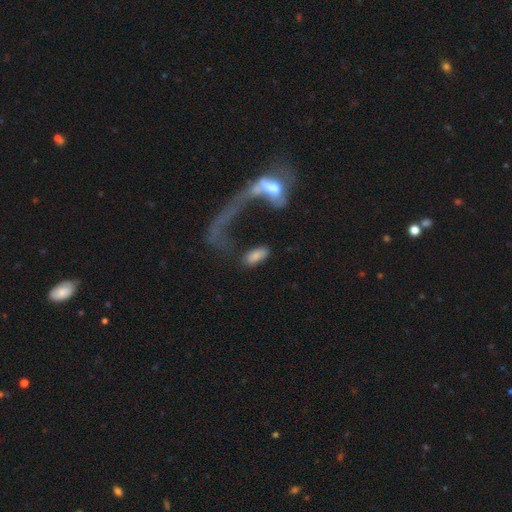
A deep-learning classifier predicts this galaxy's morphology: smooth-or-featured: smooth: 80% | featured or disk: 13% | star or artifact: 7%
  how-rounded: in between: 91% | cigar-shaped: 6% | round: 3%
  merging: none: 51% | merger: 18% | minor disturbance: 16% | major disturbance: 15%